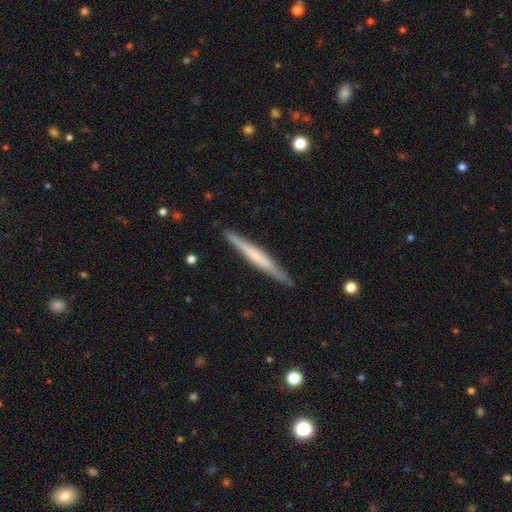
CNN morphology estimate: Smooth or featured: featured or disk — 52% (smooth — 43%)
Edge-on disk: yes — 97% (no — 3%)
Edge-on bulge: none — 66% (rounded — 19%)
Merging: none — 89% (minor disturbance — 8%)